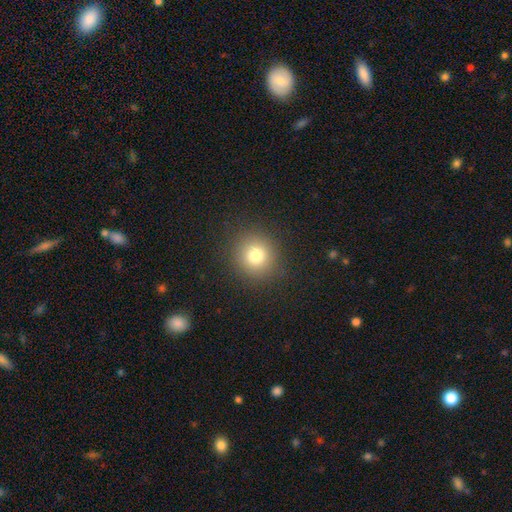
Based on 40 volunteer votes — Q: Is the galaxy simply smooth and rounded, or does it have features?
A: smooth — 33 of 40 (82%).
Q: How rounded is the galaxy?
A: round — 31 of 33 (94%).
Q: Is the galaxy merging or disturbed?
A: none — 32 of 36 (89%).